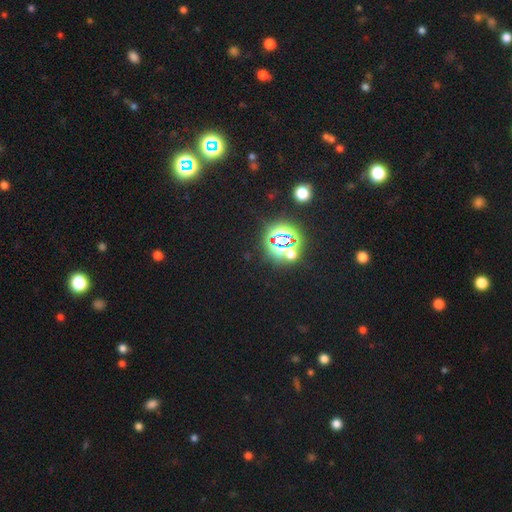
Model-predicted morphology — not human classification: Q: Smooth or featured?
A: star or artifact (79%); runner-up: smooth (14%)